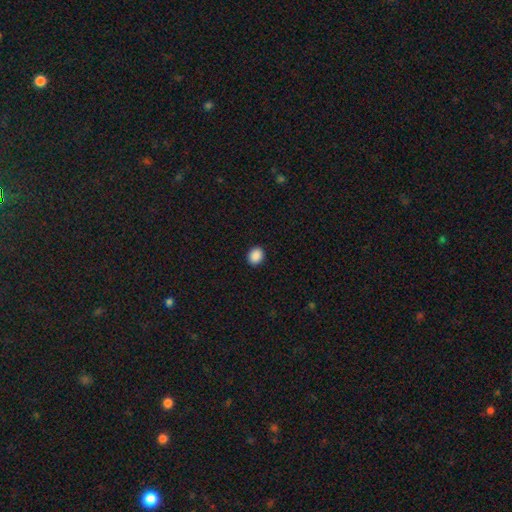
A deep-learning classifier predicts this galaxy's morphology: smooth_or_featured: smooth (p=0.89) [alt: star or artifact p=0.08]
how_rounded: round (p=0.63) [alt: in between p=0.37]
merging: none (p=0.92) [alt: minor disturbance p=0.05]